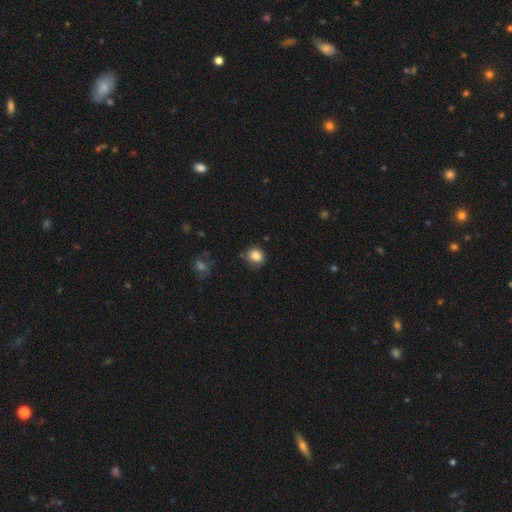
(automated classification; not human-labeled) Overall: smooth (85%). How rounded: round (80%). Merging: none (76%).